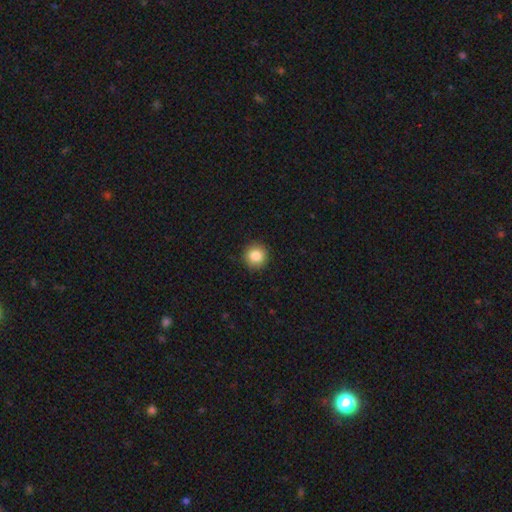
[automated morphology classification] Smooth or featured?
  - smooth: 86% *
  - star or artifact: 9%
  - featured or disk: 5%
How rounded?
  - round: 94% *
  - in between: 5%
  - cigar-shaped: 1%
Merging?
  - none: 92% *
  - minor disturbance: 5%
  - major disturbance: 2%
  - merger: 1%